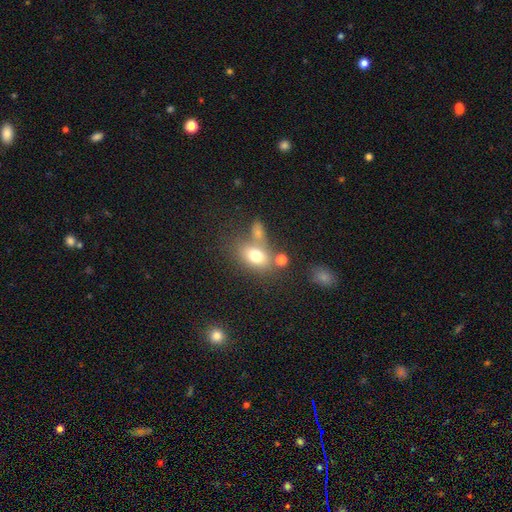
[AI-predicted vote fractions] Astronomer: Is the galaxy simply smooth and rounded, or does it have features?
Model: smooth — 73%.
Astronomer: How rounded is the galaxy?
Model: in between — 74%.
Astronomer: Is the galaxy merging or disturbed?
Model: none — 52%.